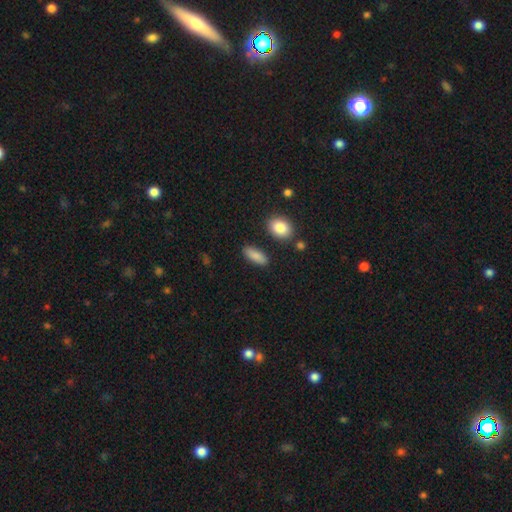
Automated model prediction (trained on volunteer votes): A smooth galaxy with no disk features (88%) that is in between round and cigar-shaped (77%). Merging: none (85%).